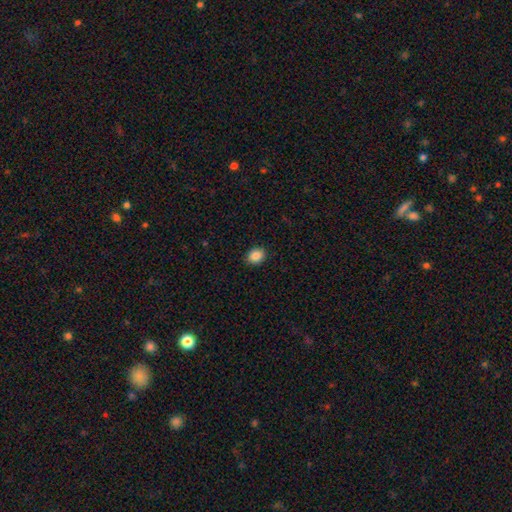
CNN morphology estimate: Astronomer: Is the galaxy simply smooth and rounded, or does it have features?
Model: smooth — 87%.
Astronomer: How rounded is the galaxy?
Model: round — 53% (runner-up: in between, 46%).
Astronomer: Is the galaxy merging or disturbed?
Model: none — 90%.